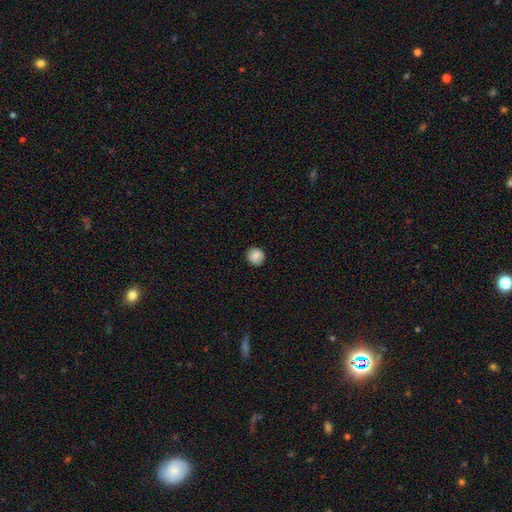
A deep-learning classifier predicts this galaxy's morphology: Overall: smooth (83%). How rounded: round (92%). Merging: none (90%).